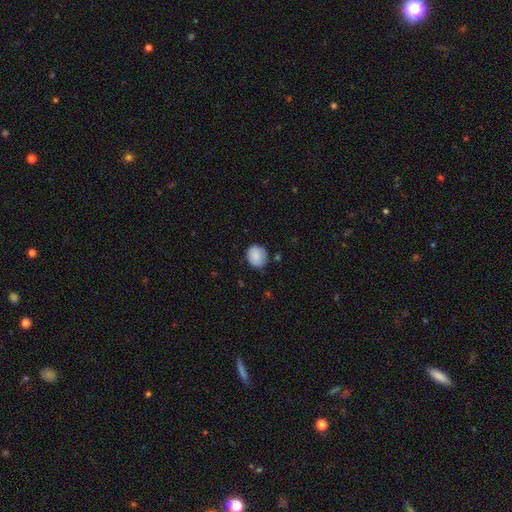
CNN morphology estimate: Smooth or featured?
  - smooth: 87% *
  - star or artifact: 7%
  - featured or disk: 6%
How rounded?
  - round: 75% *
  - in between: 25%
  - cigar-shaped: 1%
Merging?
  - none: 78% *
  - minor disturbance: 17%
  - major disturbance: 3%
  - merger: 2%